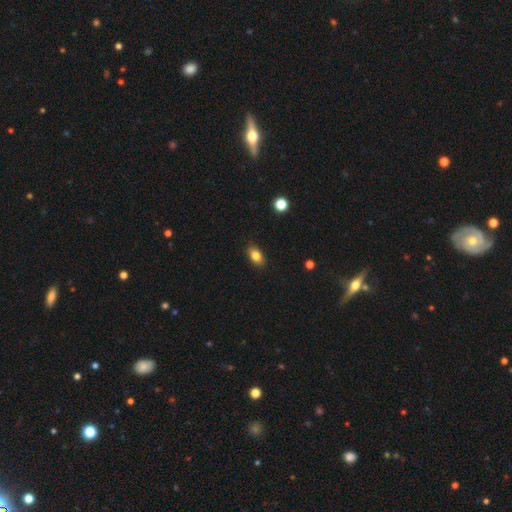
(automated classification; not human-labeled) Overall: smooth (82%). How rounded: in between (86%). Merging: none (87%).